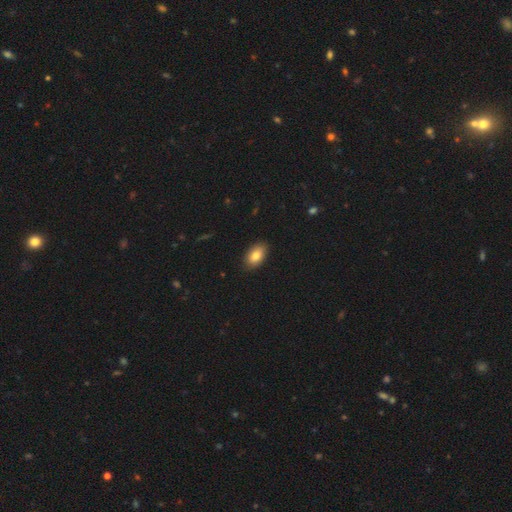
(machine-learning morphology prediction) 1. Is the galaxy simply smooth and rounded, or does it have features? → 82% smooth, 10% featured or disk, 8% star or artifact.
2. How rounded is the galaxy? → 91% in between, 8% round, 2% cigar-shaped.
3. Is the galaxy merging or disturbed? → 87% none, 10% minor disturbance, 2% major disturbance, 1% merger.